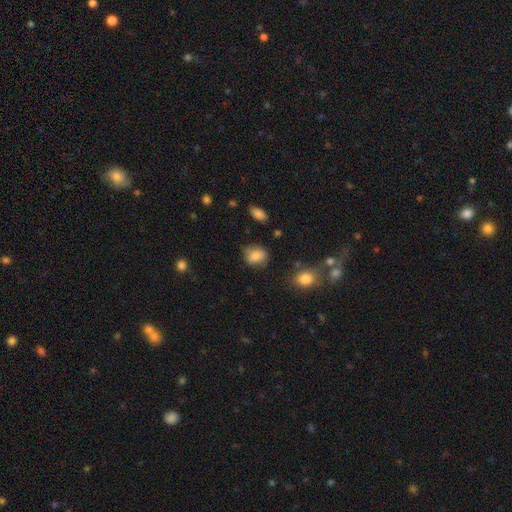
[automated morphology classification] Overall: smooth (83%). How rounded: in between (52%; round 47%). Merging: none (65%; minor disturbance 26%).